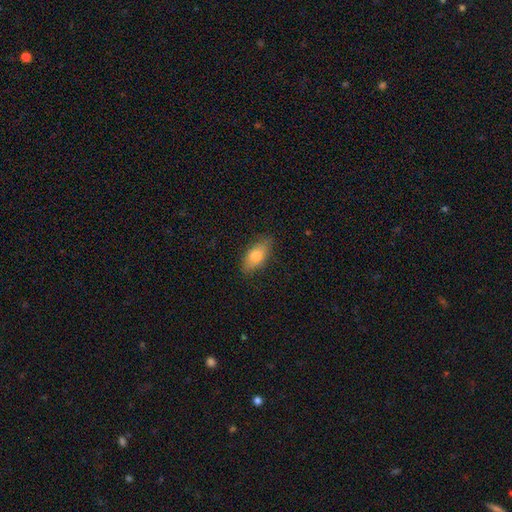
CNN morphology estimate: Smooth or featured: smooth — 76% (featured or disk — 17%)
How rounded: in between — 85% (cigar-shaped — 11%)
Merging: none — 82% (minor disturbance — 14%)